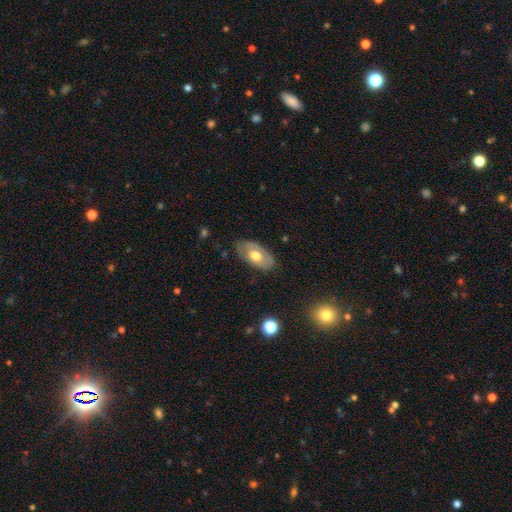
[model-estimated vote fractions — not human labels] This is possibly a smooth galaxy (52%). How rounded: clearly in between (92%). Merging: likely none (73%).